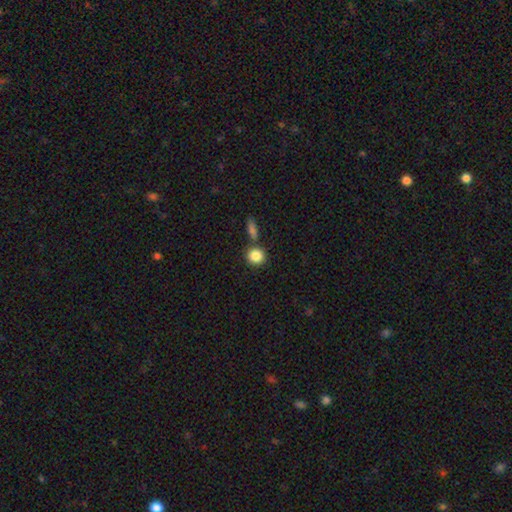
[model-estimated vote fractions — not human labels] smooth_or_featured: smooth (p=0.86) [alt: star or artifact p=0.08]
how_rounded: round (p=0.86) [alt: in between p=0.12]
merging: none (p=0.73) [alt: merger p=0.15]